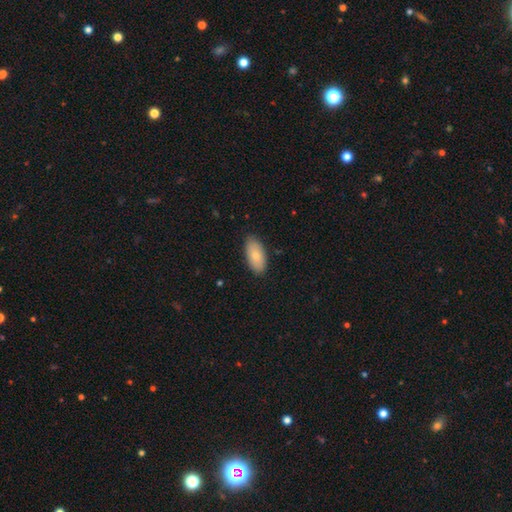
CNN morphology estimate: Smooth or featured: smooth — 78% (featured or disk — 15%)
How rounded: in between — 93% (cigar-shaped — 4%)
Merging: none — 84% (minor disturbance — 13%)